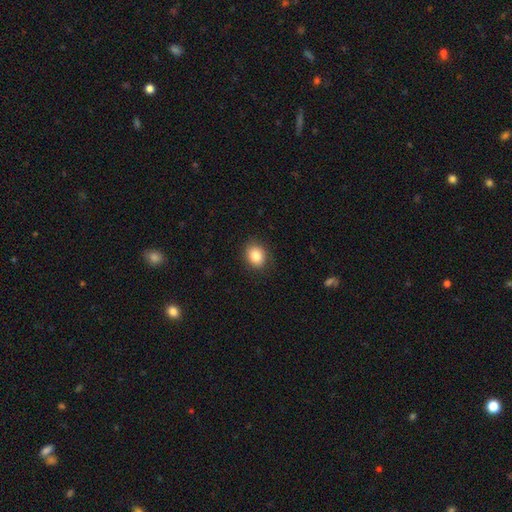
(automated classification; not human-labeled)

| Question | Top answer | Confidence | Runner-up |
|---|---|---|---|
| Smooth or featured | smooth | 85% | star or artifact (9%) |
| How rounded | round | 57% | in between (42%) |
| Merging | none | 87% | minor disturbance (9%) |